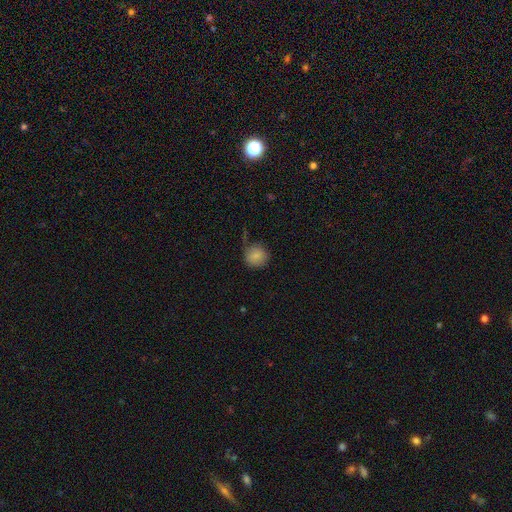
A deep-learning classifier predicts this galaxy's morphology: A smooth galaxy with no disk features (84%) that is round (88%). Merging: none (68%).